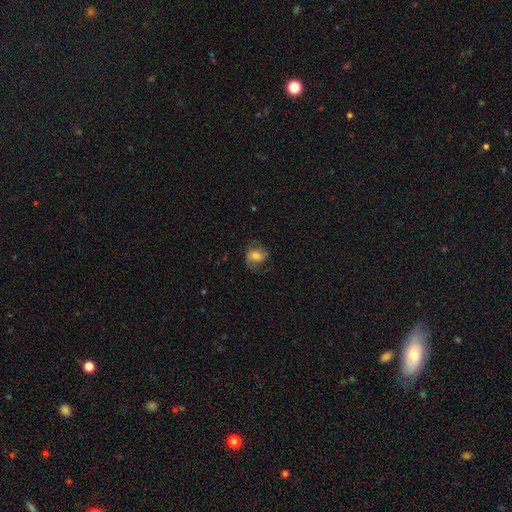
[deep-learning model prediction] smooth_or_featured: smooth (p=0.61) [alt: featured or disk p=0.30]
how_rounded: in between (p=0.51) [alt: round p=0.47]
merging: none (p=0.62) [alt: minor disturbance p=0.23]